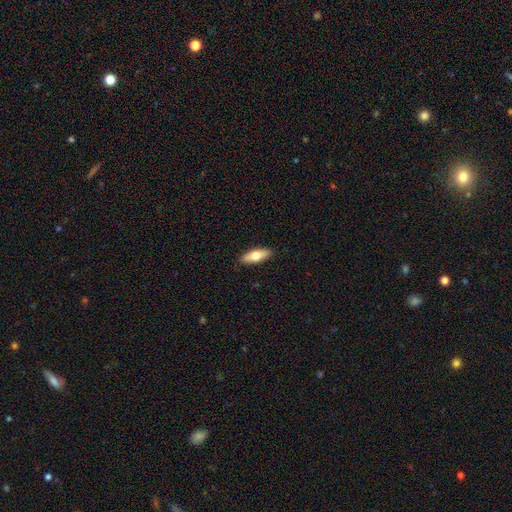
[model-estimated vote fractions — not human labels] A smooth galaxy with no disk features (65%) that is in between round and cigar-shaped (61%). Merging: none (89%).